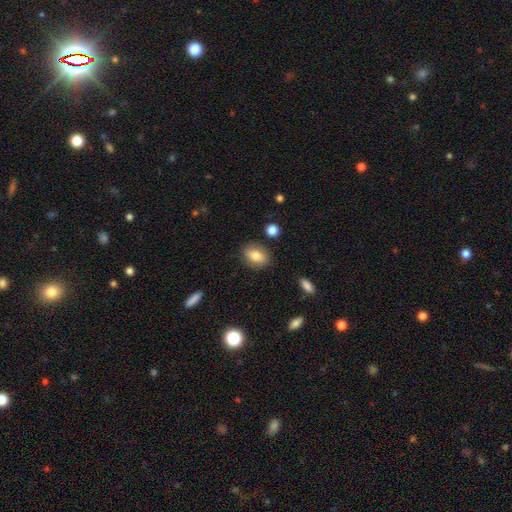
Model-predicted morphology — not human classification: This is clearly a smooth galaxy (81%). How rounded: likely in between (76%). Merging: clearly none (83%).